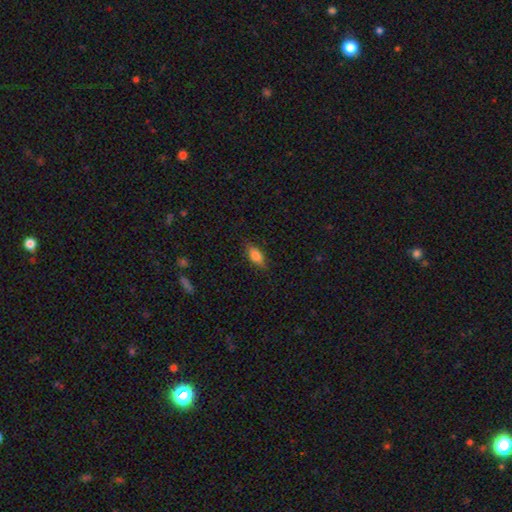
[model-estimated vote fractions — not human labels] This is likely a smooth galaxy (80%). How rounded: clearly in between (83%). Merging: clearly none (81%).